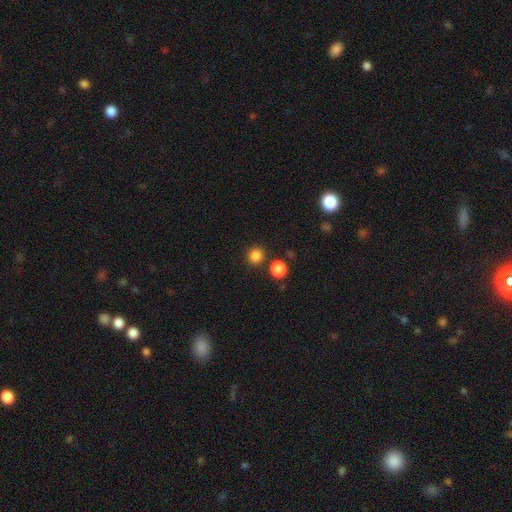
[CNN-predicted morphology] smooth 84%, star or artifact 13%, featured or disk 3%. Down the decision tree: how rounded — round (90%); merging — none (83%).